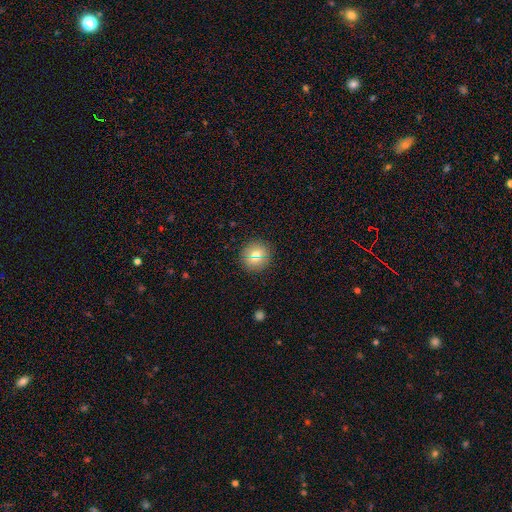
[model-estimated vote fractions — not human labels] A smooth galaxy with no disk features (72%) that is round (94%). Merging: none (90%).